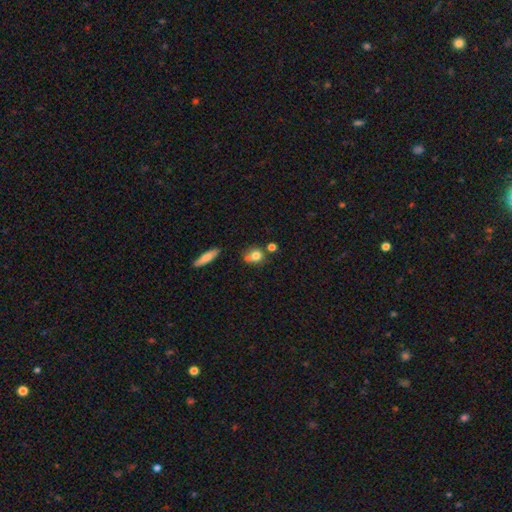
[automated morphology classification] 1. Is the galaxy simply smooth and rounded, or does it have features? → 74% smooth, 14% featured or disk, 11% star or artifact.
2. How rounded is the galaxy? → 72% round, 26% in between, 3% cigar-shaped.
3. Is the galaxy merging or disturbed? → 50% none, 29% merger, 15% minor disturbance, 5% major disturbance.